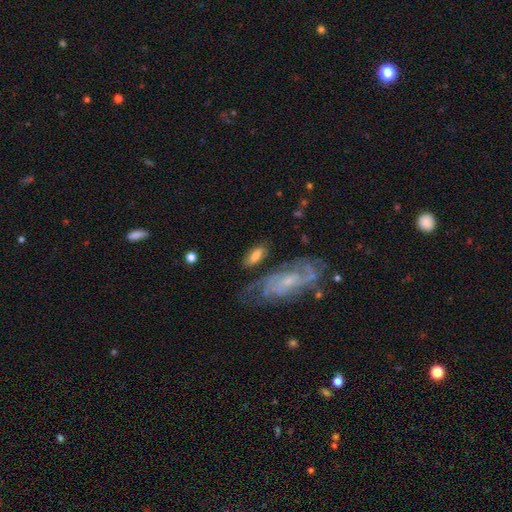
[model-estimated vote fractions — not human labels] A smooth galaxy with no disk features (63%) that is in between round and cigar-shaped (79%). Merging: none (65%).